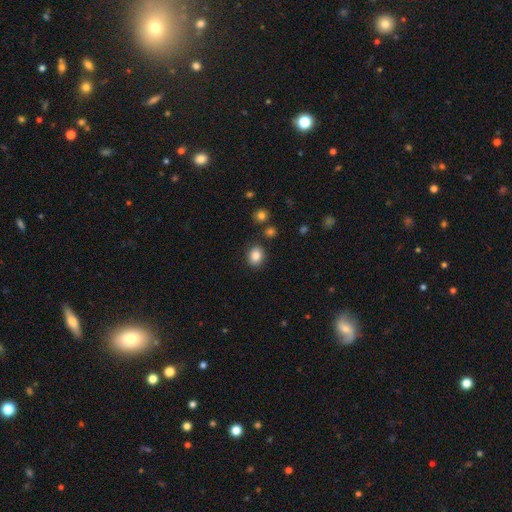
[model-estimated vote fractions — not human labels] A smooth galaxy with no disk features (84%) that is round (58%).

Vote fractions:
- Smooth or featured? smooth: 84% / star or artifact: 10% / featured or disk: 6%
- How rounded? round: 58% / in between: 41% / cigar-shaped: 1%
- Merging? none: 86% / minor disturbance: 8% / merger: 3% / major disturbance: 2%